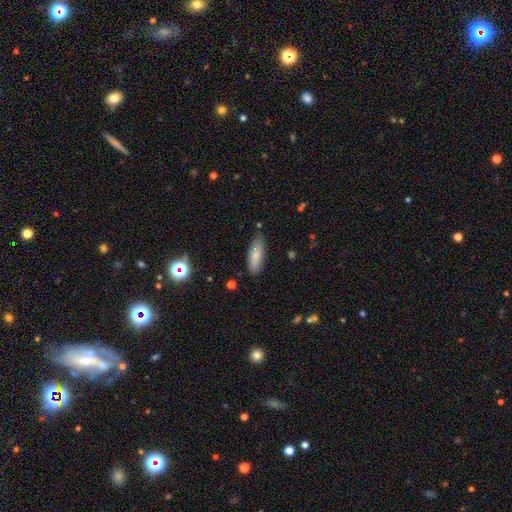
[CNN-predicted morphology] Overall: smooth (79%). How rounded: in between (66%; cigar-shaped 32%). Merging: none (76%).